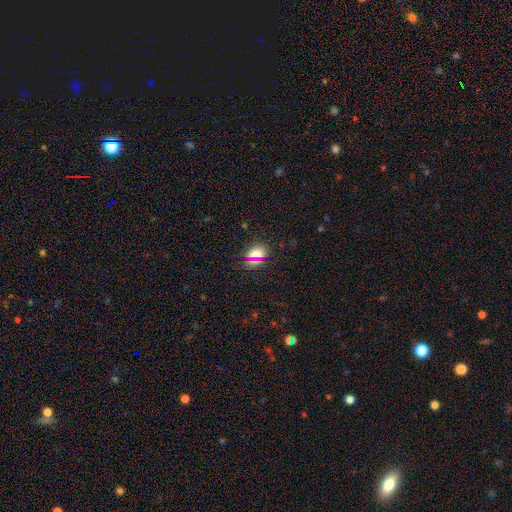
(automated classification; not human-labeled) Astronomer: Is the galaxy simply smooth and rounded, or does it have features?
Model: smooth — 68%.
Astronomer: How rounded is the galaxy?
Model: in between — 56% (runner-up: round, 41%).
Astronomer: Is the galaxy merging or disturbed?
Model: none — 84%.